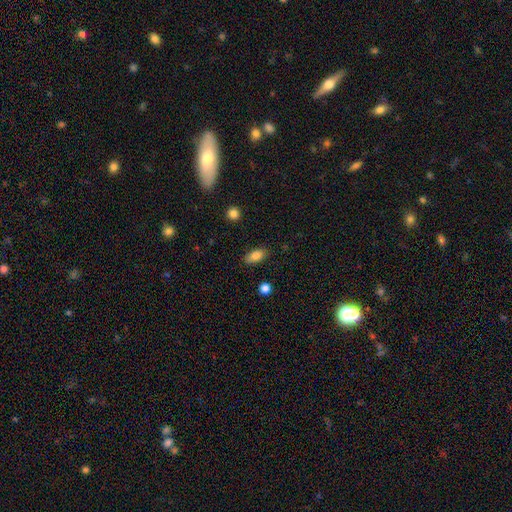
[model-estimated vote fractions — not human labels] The model was most divided on "merging": none: 85%, minor disturbance: 11%, major disturbance: 3%, merger: 1%. More confident: how rounded — in between (86%); smooth or featured — smooth (83%).